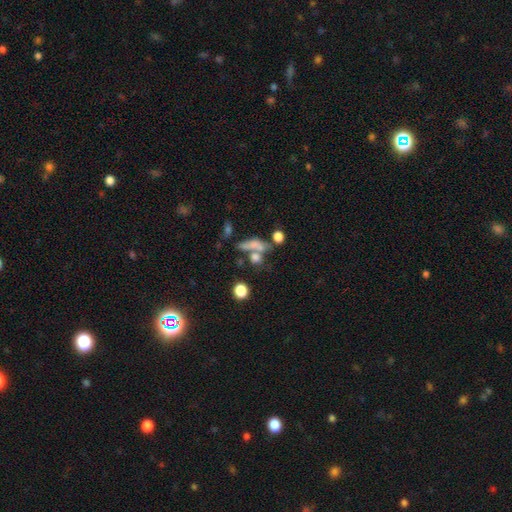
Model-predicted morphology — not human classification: Smooth or featured? smooth (39%)
Merging? none (43%)